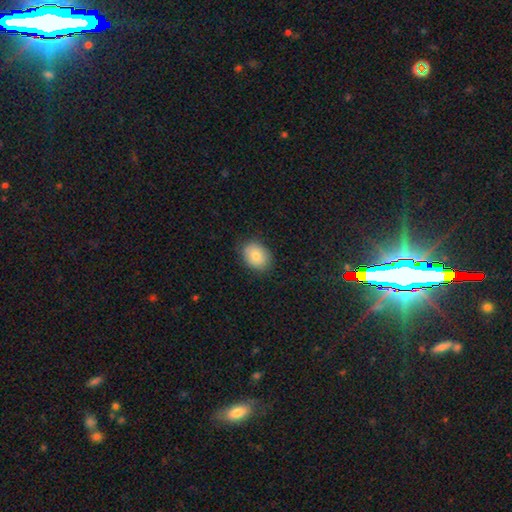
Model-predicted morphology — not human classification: This appears to be a smooth galaxy with no disk features (81%) that is in between round and cigar-shaped (59%). Merging: none (84%).